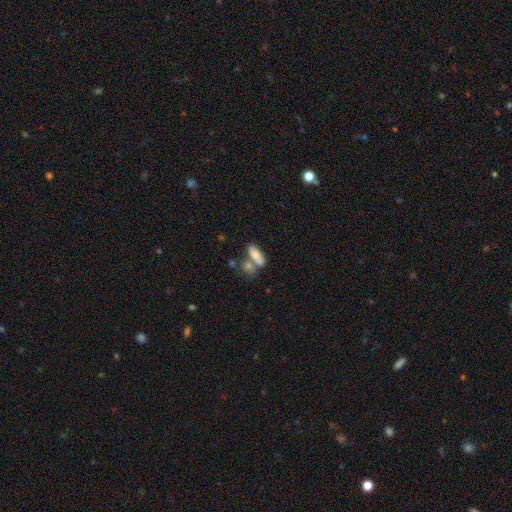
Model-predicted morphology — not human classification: smooth 78%, featured or disk 15%, star or artifact 7%. Down the decision tree: how rounded — in between (74%); merging — merger (43%).